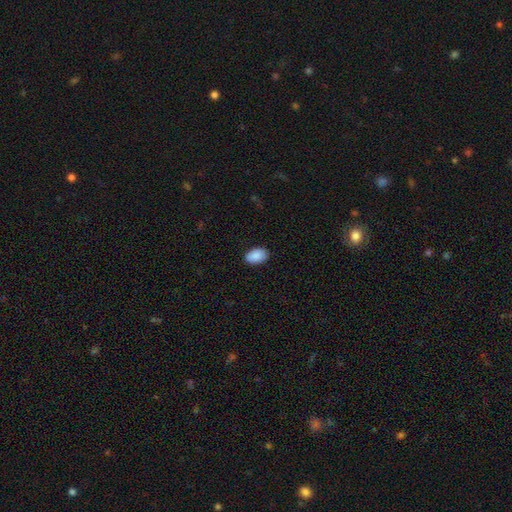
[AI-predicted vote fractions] Smooth or featured? smooth (90%)
How rounded? in between (93%)
Merging? none (87%)